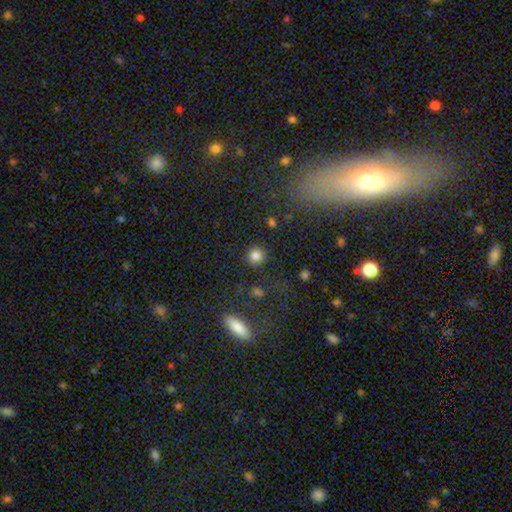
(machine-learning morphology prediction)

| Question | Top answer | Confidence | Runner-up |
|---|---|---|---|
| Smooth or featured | smooth | 83% | star or artifact (12%) |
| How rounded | round | 92% | in between (7%) |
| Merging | none | 90% | minor disturbance (6%) |